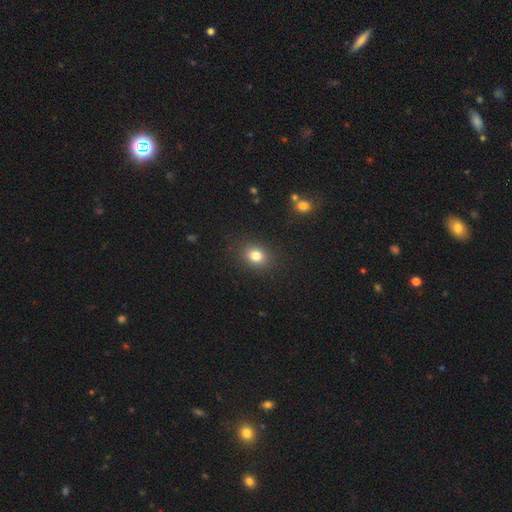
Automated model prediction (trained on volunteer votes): A smooth galaxy with no disk features (81%) that is in between round and cigar-shaped (51%).

Vote fractions:
- Smooth or featured? smooth: 81% / star or artifact: 12% / featured or disk: 7%
- How rounded? in between: 51% / round: 48% / cigar-shaped: 1%
- Merging? none: 87% / minor disturbance: 8% / major disturbance: 3% / merger: 1%